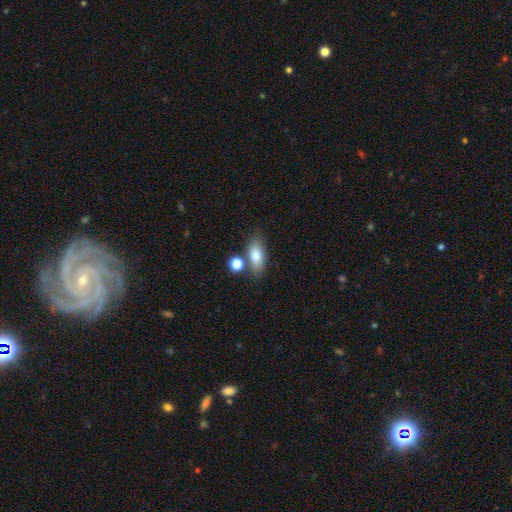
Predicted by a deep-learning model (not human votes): The model was most divided on "merging": none: 69%, merger: 15%, minor disturbance: 12%, major disturbance: 4%. More confident: how rounded — in between (78%); smooth or featured — smooth (77%).